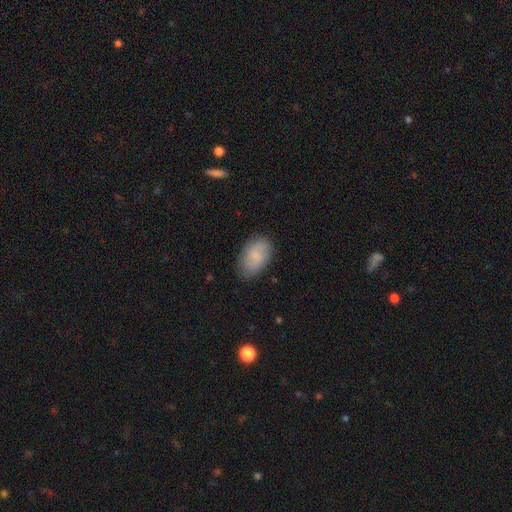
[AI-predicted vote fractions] smooth-or-featured: smooth: 73% | featured or disk: 20% | star or artifact: 7%
  how-rounded: in between: 92% | round: 6% | cigar-shaped: 2%
  merging: none: 78% | minor disturbance: 17% | major disturbance: 4% | merger: 1%